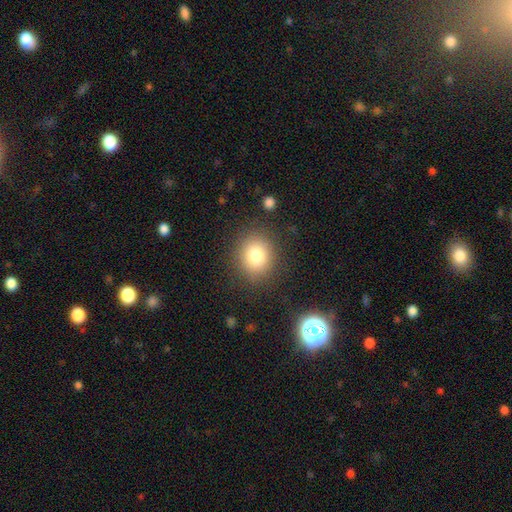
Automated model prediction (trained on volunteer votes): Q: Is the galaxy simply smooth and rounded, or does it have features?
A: smooth — 79%.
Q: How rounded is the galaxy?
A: round — 75%.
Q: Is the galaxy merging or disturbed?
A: none — 85%.